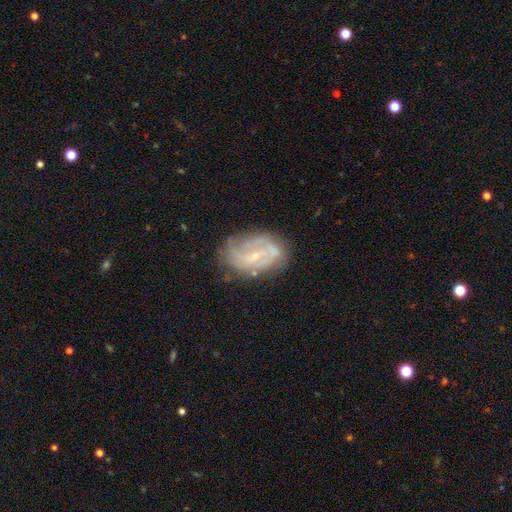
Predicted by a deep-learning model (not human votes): A featured or disk galaxy (71%) with no bar (48%), tight (41%) spiral arms (74%) and a small central bulge (76%). Merging: none (64%).